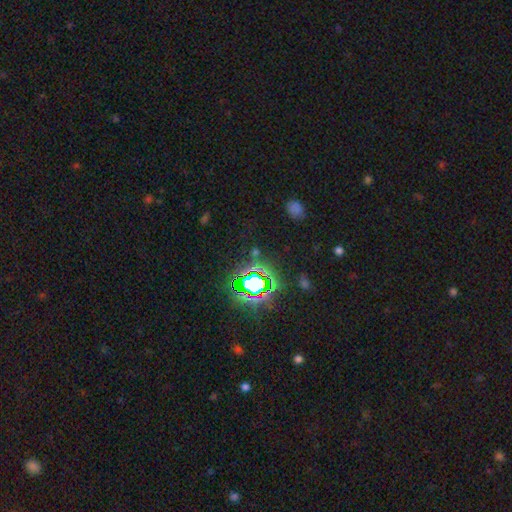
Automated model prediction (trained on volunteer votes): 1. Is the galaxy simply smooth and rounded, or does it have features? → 74% star or artifact, 17% smooth, 9% featured or disk.